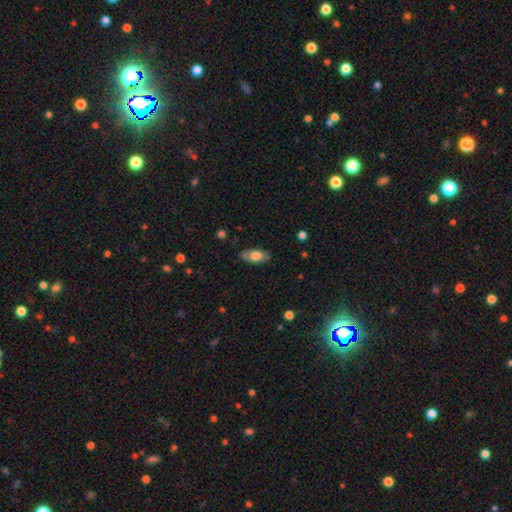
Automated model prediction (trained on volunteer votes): smooth-or-featured: smooth: 69% | featured or disk: 24% | star or artifact: 6%
  how-rounded: in between: 89% | cigar-shaped: 7% | round: 4%
  merging: none: 83% | minor disturbance: 13% | major disturbance: 3% | merger: 1%